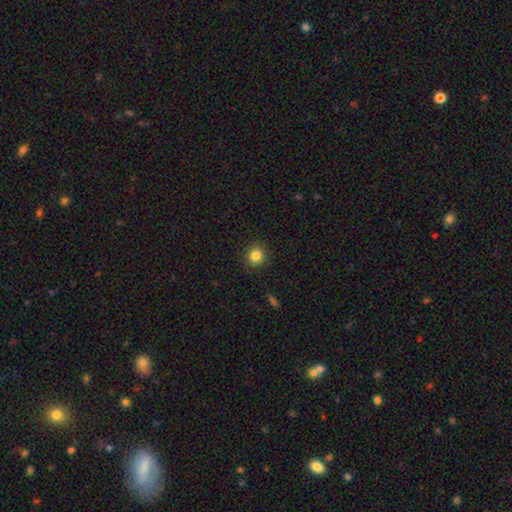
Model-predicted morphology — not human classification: Smooth or featured: smooth — 84% (star or artifact — 11%)
How rounded: round — 90% (in between — 9%)
Merging: none — 89% (minor disturbance — 8%)